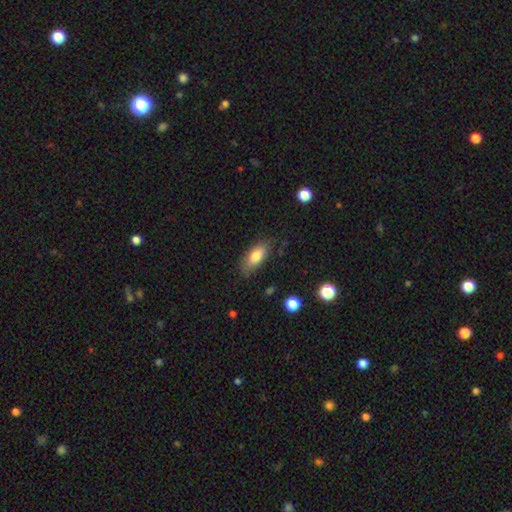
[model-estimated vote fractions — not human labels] Overall: smooth (78%). How rounded: in between (84%). Merging: none (76%).